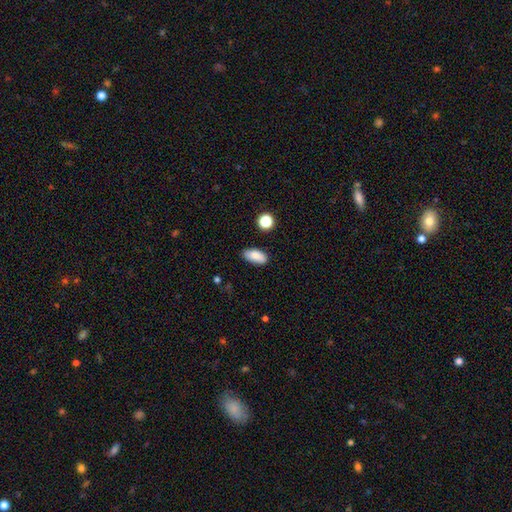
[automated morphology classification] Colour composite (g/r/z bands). It shows a smooth galaxy with no disk features (84%) that is in between round and cigar-shaped (90%). Merging: none (84%).